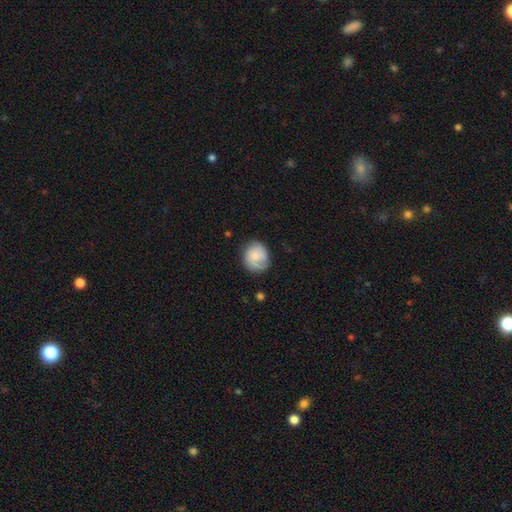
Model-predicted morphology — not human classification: A smooth galaxy with no disk features (62%) that is round (75%). Merging: none (68%).